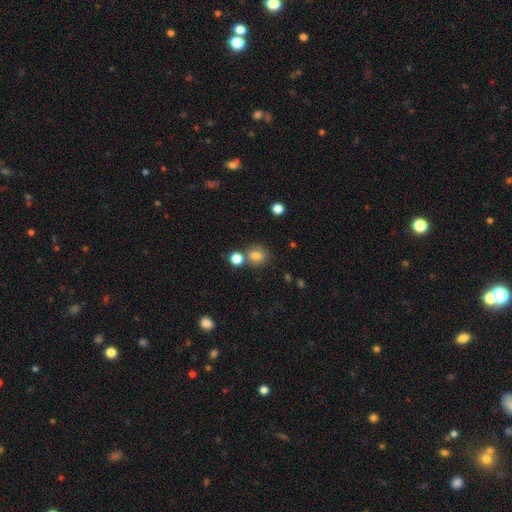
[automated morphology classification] smooth-or-featured: smooth: 79% | star or artifact: 13% | featured or disk: 8%
  how-rounded: round: 76% | in between: 23% | cigar-shaped: 1%
  merging: none: 64% | merger: 20% | minor disturbance: 12% | major disturbance: 4%